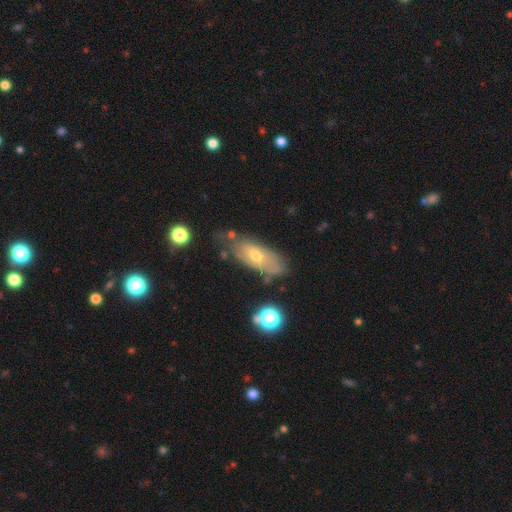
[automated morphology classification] Overall: featured or disk (47%; smooth 44%). Merging: none (58%; minor disturbance 27%).